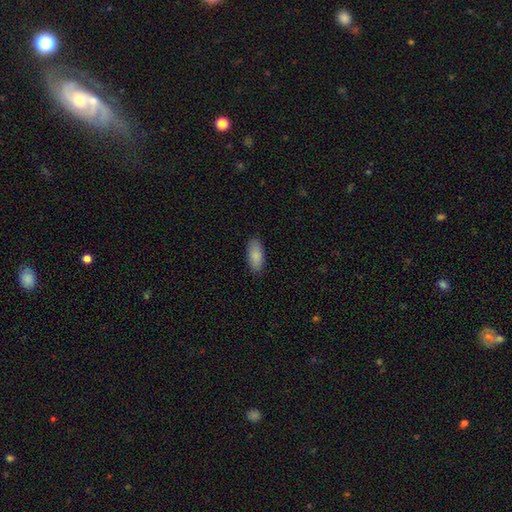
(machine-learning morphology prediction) Smooth or featured? Predicted: smooth (p=0.88). How rounded? Predicted: in between (p=0.88). Merging? Predicted: none (p=0.88).